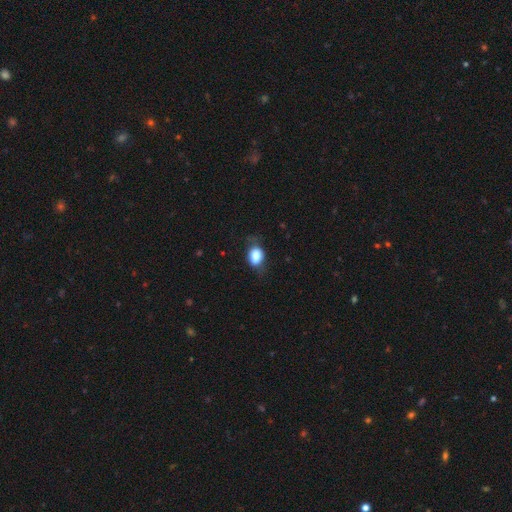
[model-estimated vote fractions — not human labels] Smooth or featured? Predicted: smooth (p=0.80). How rounded? Predicted: in between (p=0.70). Merging? Predicted: none (p=0.63).